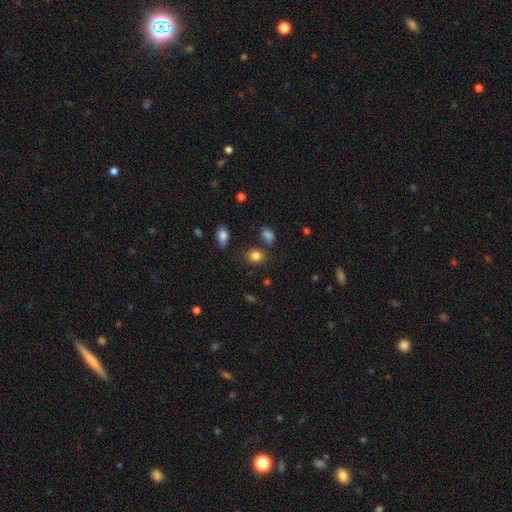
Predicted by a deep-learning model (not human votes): This is clearly a smooth galaxy (83%). How rounded: possibly round (50%). Merging: likely none (76%).